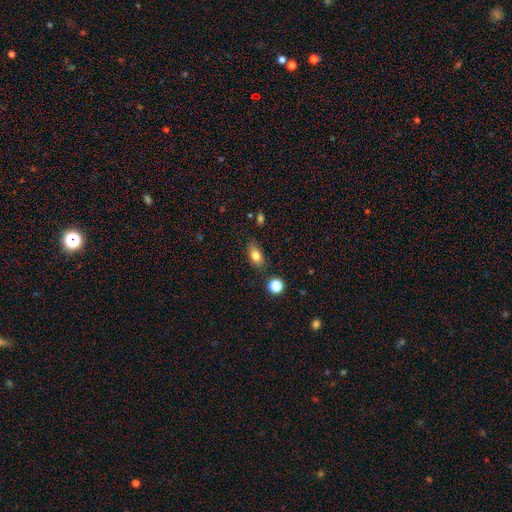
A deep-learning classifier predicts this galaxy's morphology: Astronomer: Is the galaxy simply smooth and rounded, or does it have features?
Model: smooth — 80%.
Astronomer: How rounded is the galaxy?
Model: in between — 84%.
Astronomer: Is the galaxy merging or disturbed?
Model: none — 81%.